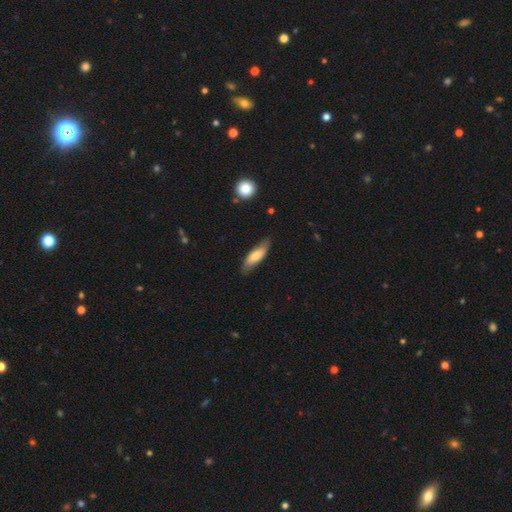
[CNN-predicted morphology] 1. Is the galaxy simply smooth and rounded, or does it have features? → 70% smooth, 25% featured or disk, 6% star or artifact.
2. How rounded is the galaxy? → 49% in between (tied), 49% cigar-shaped (tied), 2% round.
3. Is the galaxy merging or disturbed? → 76% none, 20% minor disturbance, 3% major disturbance, 1% merger.